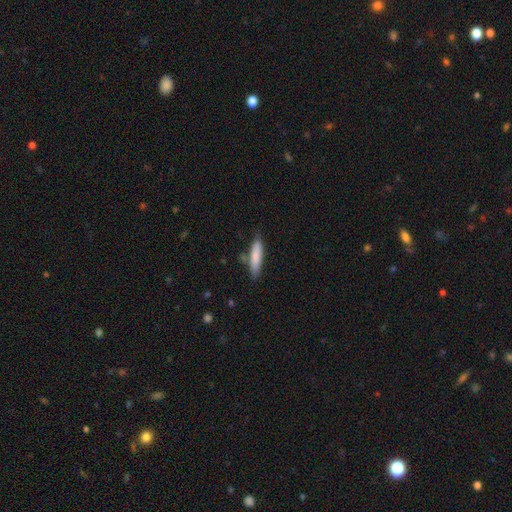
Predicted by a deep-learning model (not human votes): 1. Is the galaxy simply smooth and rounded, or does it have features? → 81% smooth, 13% featured or disk, 6% star or artifact.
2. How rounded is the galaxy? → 79% cigar-shaped, 19% in between, 1% round.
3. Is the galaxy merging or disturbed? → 73% none, 19% minor disturbance, 5% merger, 3% major disturbance.